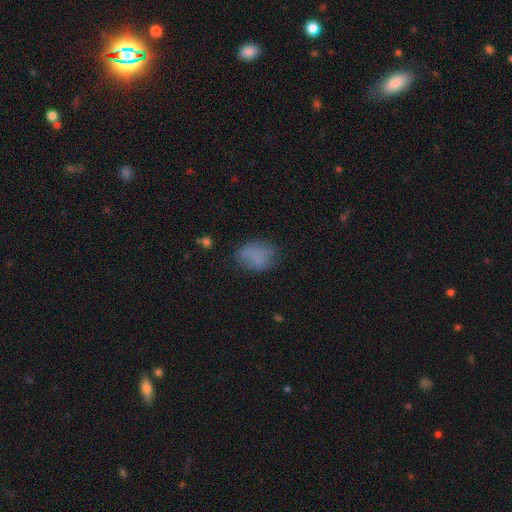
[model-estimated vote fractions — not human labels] Q: Smooth or featured?
A: smooth (72%); runner-up: featured or disk (16%)
Q: How rounded?
A: in between (71%); runner-up: round (28%)
Q: Merging?
A: none (57%); runner-up: minor disturbance (27%)